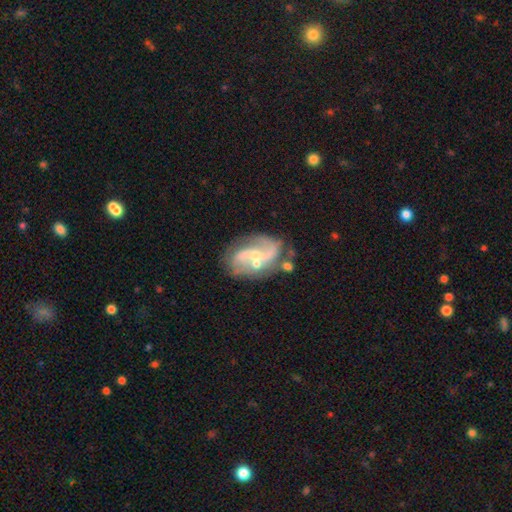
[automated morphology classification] Overall: featured or disk (84%). Edge-on disk: no (97%). Bar: no (42%; weak 39%). Spiral arms: yes (93%). Spiral arm count: 2 (83%). Spiral winding: loose (53%; medium 36%). Bulge size: small (66%; moderate 27%). Merging: none (55%; minor disturbance 20%).